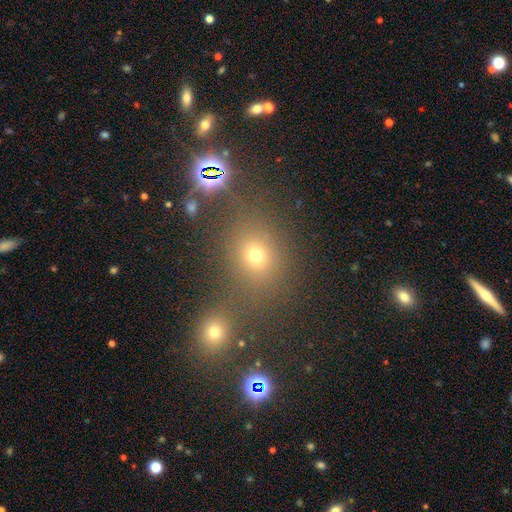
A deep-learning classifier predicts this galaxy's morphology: Overall: smooth (58%; star or artifact 32%). How rounded: round (71%). Merging: none (70%).